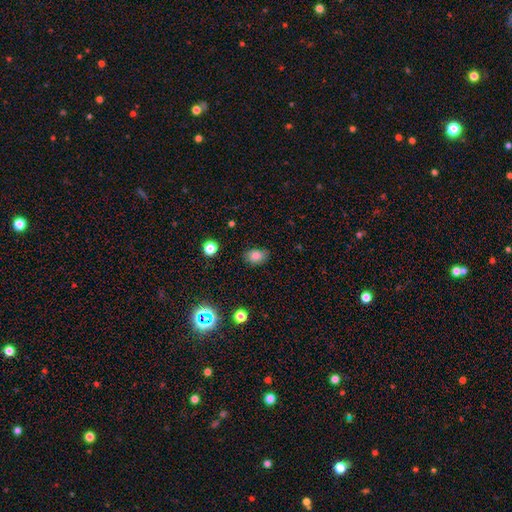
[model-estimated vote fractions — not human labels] This appears to be a smooth galaxy with no disk features (80%) that is in between round and cigar-shaped (70%). Merging: none (77%).